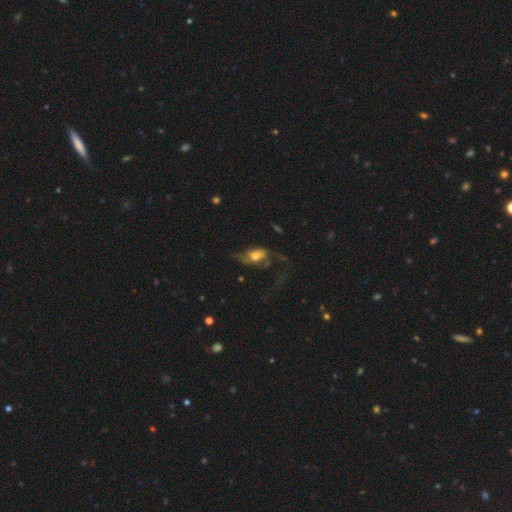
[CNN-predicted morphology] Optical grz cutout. It shows a featured or disk galaxy (47%). Merging: major disturbance (48%).